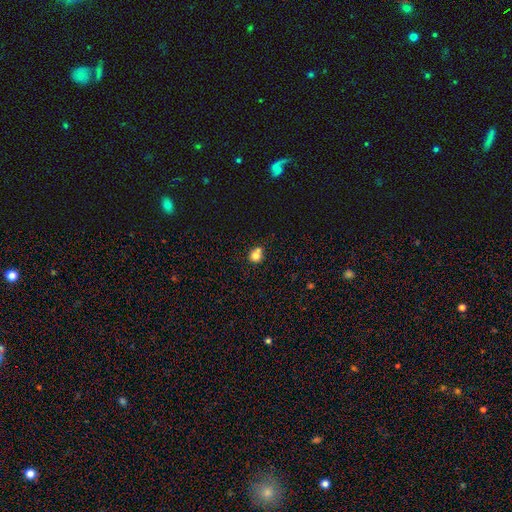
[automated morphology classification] Q: Smooth or featured?
A: smooth (76%); runner-up: star or artifact (12%)
Q: How rounded?
A: round (82%); runner-up: in between (17%)
Q: Merging?
A: none (48%); runner-up: merger (37%)